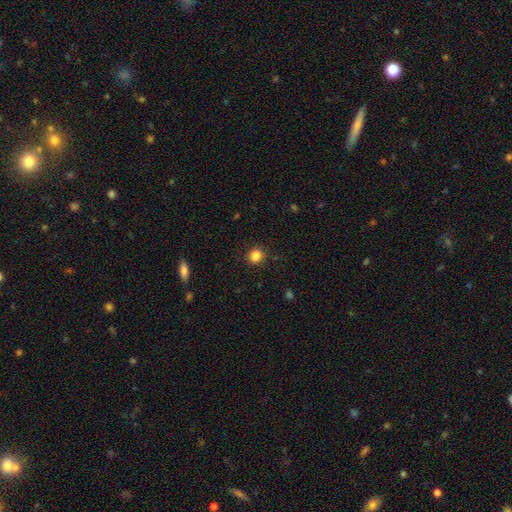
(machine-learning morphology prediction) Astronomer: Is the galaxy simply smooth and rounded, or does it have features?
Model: smooth — 85%.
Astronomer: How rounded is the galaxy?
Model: round — 78%.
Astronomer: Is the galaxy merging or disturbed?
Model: none — 88%.